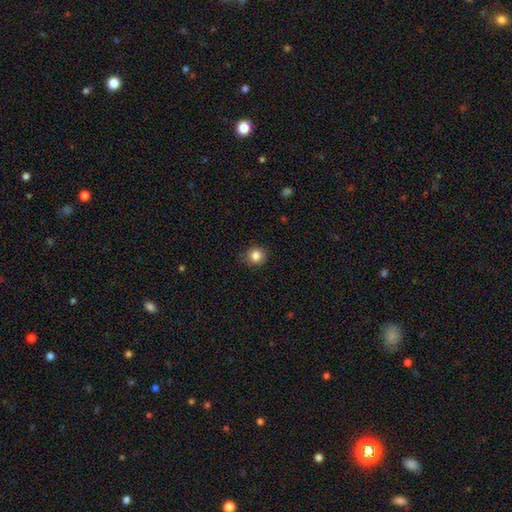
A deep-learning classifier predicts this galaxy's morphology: smooth_or_featured: smooth (p=0.85) [alt: star or artifact p=0.10]
how_rounded: round (p=0.89) [alt: in between p=0.10]
merging: none (p=0.88) [alt: minor disturbance p=0.09]